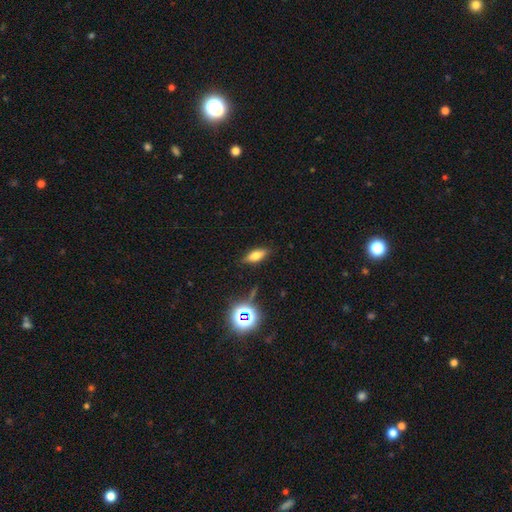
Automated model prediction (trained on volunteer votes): smooth 63%, featured or disk 22%, star or artifact 15%. Down the decision tree: how rounded — in between (67%); merging — none (85%).